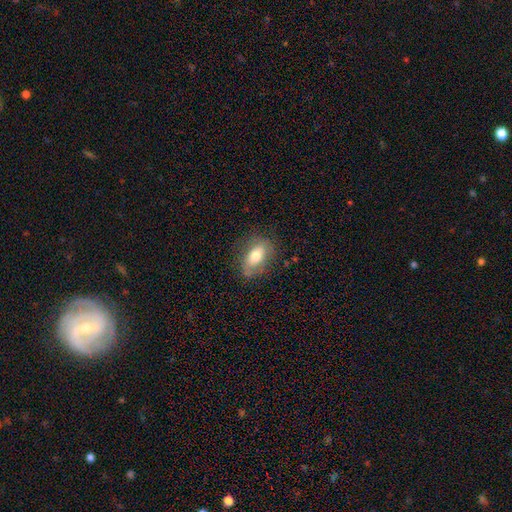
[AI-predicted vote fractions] The model was most divided on "smooth or featured": smooth: 63%, featured or disk: 29%, star or artifact: 7%. More confident: how rounded — in between (87%); merging — none (73%).